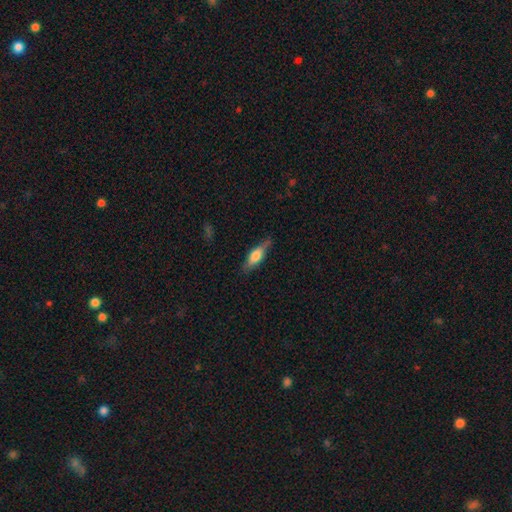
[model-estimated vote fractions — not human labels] Smooth or featured? smooth (59%)
How rounded? cigar-shaped (49%)
Merging? none (72%)